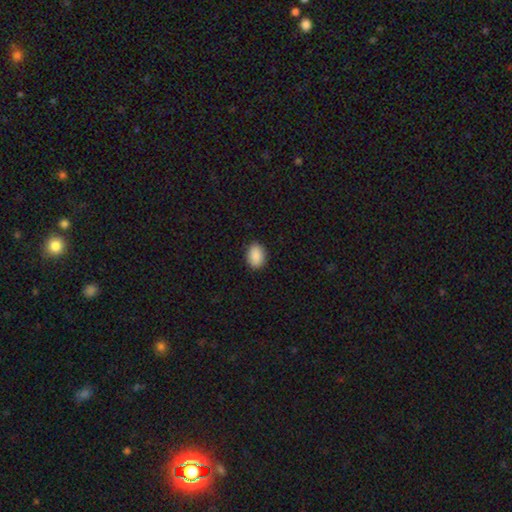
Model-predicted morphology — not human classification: Overall: smooth (90%). How rounded: in between (78%). Merging: none (89%).